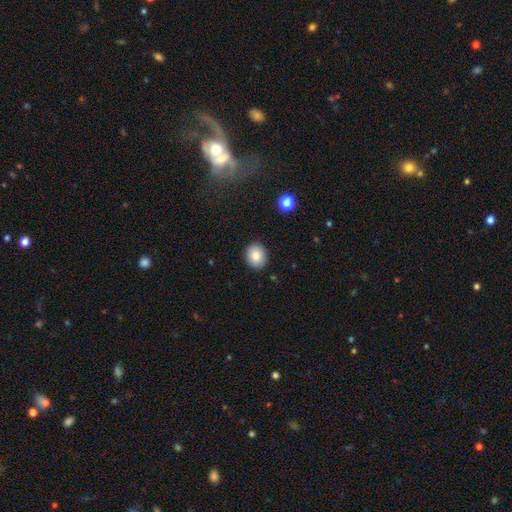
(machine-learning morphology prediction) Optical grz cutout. It shows a smooth galaxy with no disk features (82%) that is round (65%). Merging: none (90%).